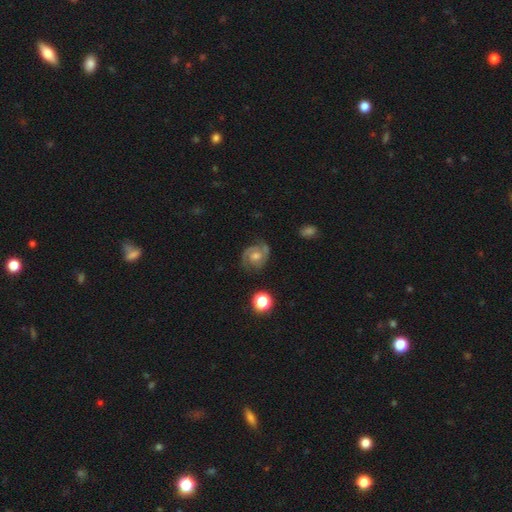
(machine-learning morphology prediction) A featured or disk galaxy (80%) with no bar (62%), 2 (83%) tight (49%) spiral arms (96%) and a moderate central bulge (64%). Merging: none (76%).